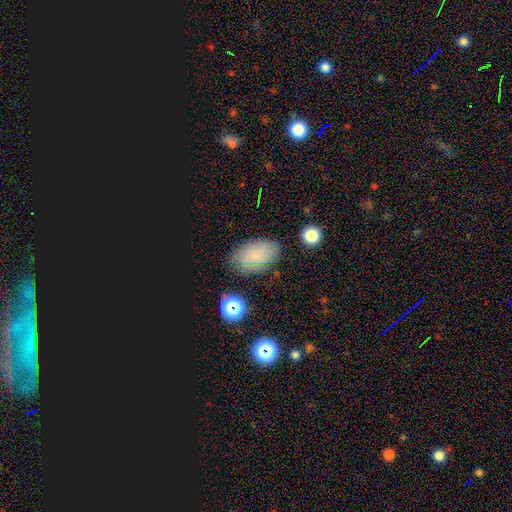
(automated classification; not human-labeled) This is likely a smooth galaxy (64%). How rounded: clearly in between (91%). Merging: likely none (76%).